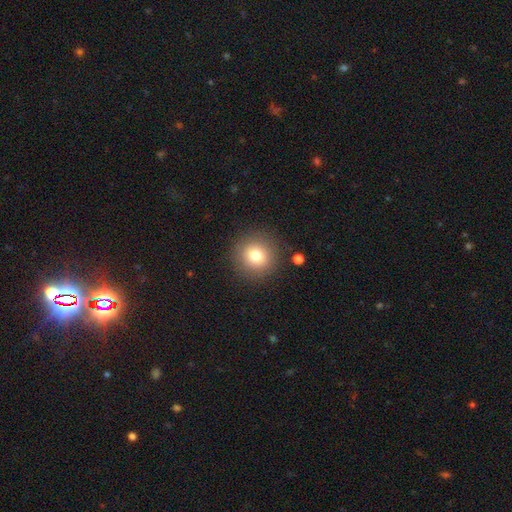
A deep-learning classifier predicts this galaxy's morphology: Q: Smooth or featured?
A: smooth (78%); runner-up: star or artifact (11%)
Q: How rounded?
A: round (93%); runner-up: in between (6%)
Q: Merging?
A: none (88%); runner-up: minor disturbance (7%)